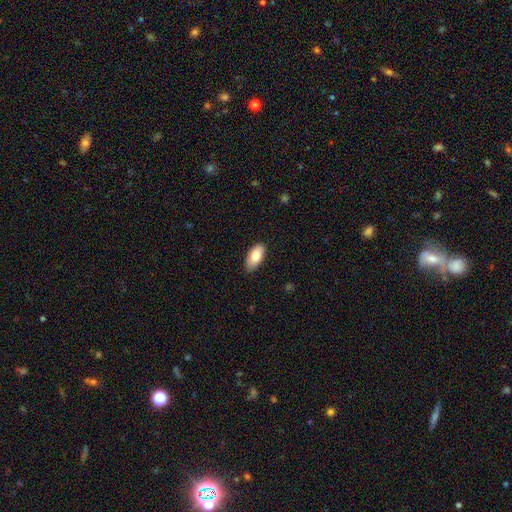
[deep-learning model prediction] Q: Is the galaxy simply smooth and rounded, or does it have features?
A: smooth — 82%.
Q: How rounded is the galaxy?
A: in between — 93%.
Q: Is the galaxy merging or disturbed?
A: none — 83%.